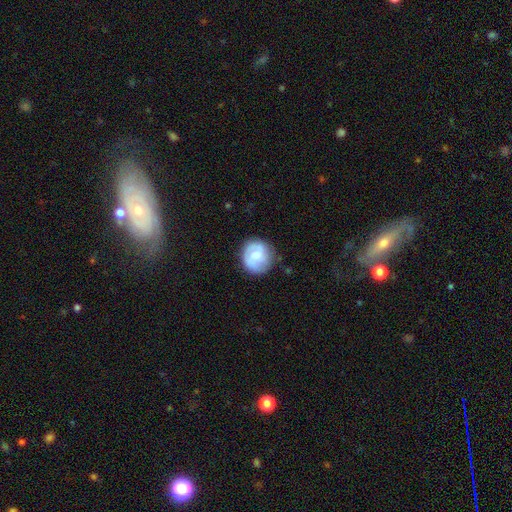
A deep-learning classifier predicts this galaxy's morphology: smooth_or_featured: featured or disk (p=0.51) [alt: smooth p=0.43]
disk_edge_on: no (p=0.98) [alt: yes p=0.02]
merging: none (p=0.78) [alt: minor disturbance p=0.16]